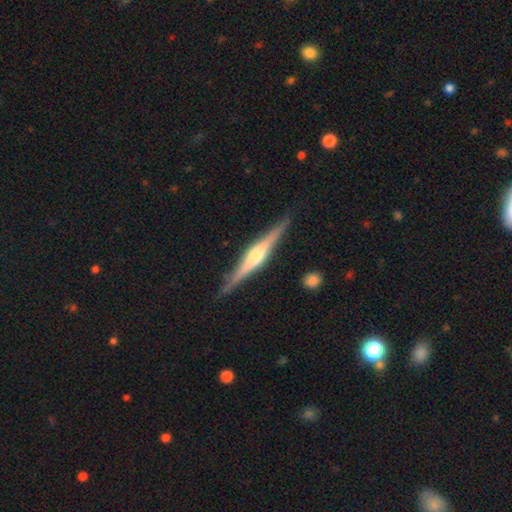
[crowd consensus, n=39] Volunteers were most divided on "merging": none: 90%, minor disturbance: 8%, merger: 3%, major disturbance: 0%. More confident: edge-on disk — yes (100%); smooth or featured — featured or disk (95%); edge-on bulge — rounded (92%).